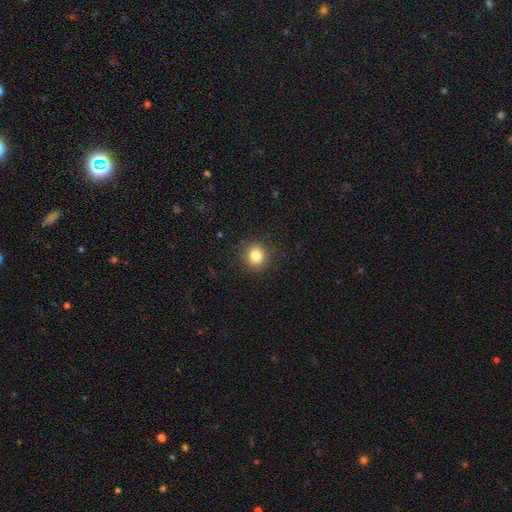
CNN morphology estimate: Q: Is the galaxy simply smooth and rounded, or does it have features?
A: smooth — 83%.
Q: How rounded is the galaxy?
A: round — 86%.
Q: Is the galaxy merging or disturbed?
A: none — 89%.